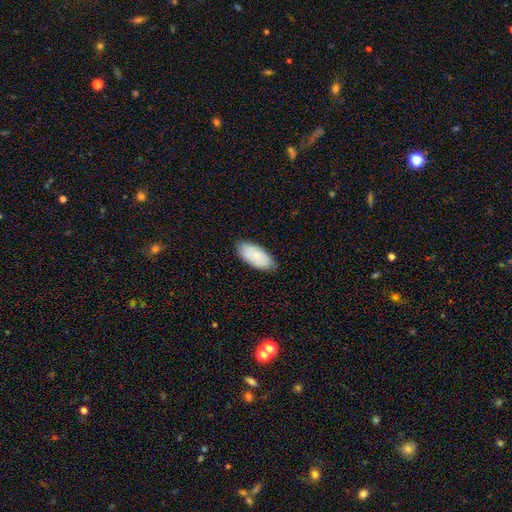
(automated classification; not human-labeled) A smooth galaxy with no disk features (78%) that is in between round and cigar-shaped (93%). Merging: none (82%).